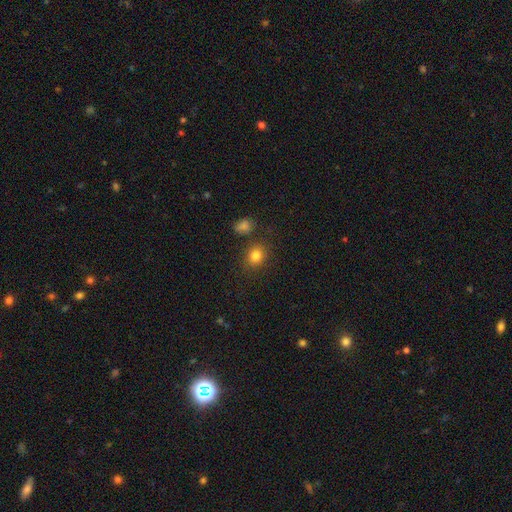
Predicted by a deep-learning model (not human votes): smooth_or_featured: smooth (p=0.82) [alt: star or artifact p=0.12]
how_rounded: round (p=0.67) [alt: in between p=0.32]
merging: none (p=0.80) [alt: minor disturbance p=0.11]